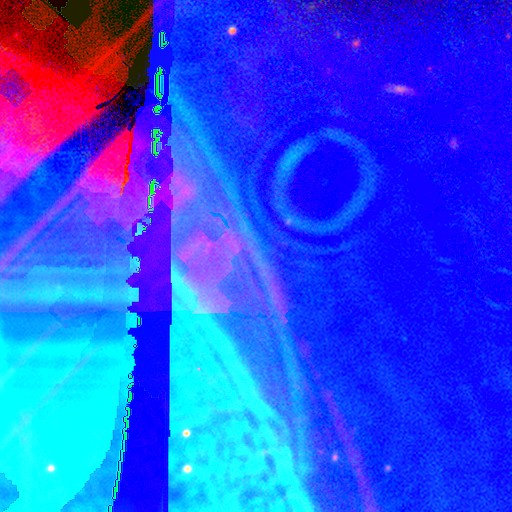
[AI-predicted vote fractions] smooth-or-featured: star or artifact: 88% | featured or disk: 7% | smooth: 5%